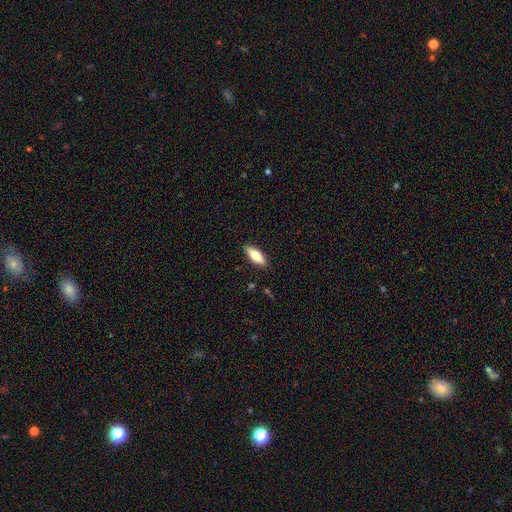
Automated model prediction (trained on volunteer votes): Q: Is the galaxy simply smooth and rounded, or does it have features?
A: smooth — 73%.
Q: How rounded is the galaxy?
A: in between — 68%.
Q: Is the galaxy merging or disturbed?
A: none — 88%.